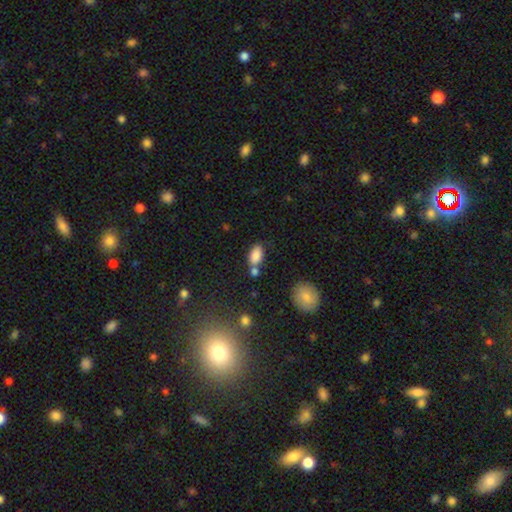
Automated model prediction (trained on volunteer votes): A smooth galaxy with no disk features (85%) that is in between round and cigar-shaped (92%). Merging: none (59%).